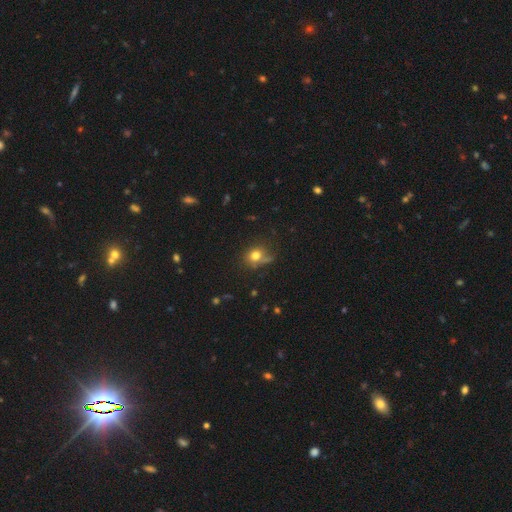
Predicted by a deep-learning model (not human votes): A smooth galaxy with no disk features (75%) that is round (70%).

Vote fractions:
- Smooth or featured? smooth: 75% / star or artifact: 14% / featured or disk: 11%
- How rounded? round: 70% / in between: 29% / cigar-shaped: 1%
- Merging? none: 59% / minor disturbance: 23% / major disturbance: 12% / merger: 7%